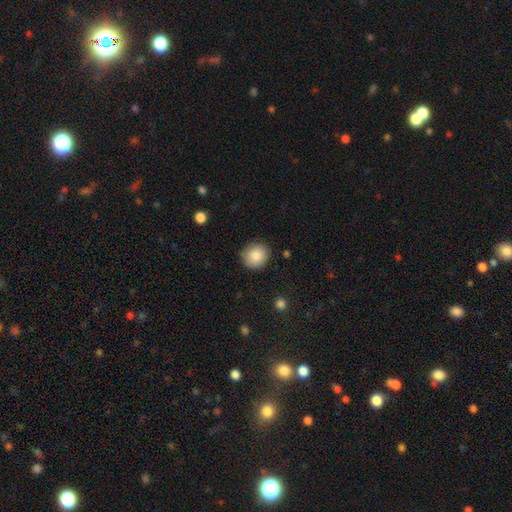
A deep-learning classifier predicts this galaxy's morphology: Smooth or featured? smooth (86%)
How rounded? round (81%)
Merging? none (86%)